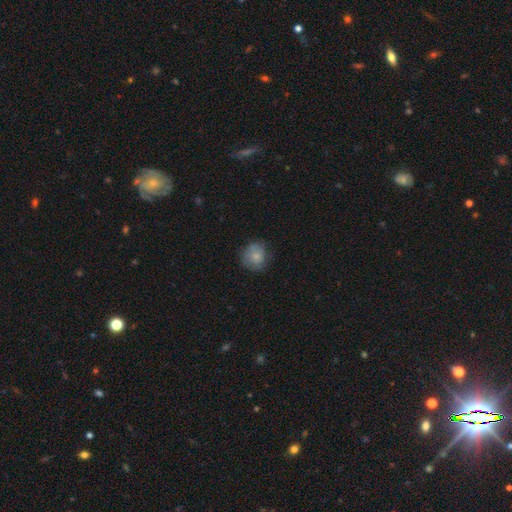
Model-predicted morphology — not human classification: The model was most divided on "merging": none: 66%, minor disturbance: 24%, major disturbance: 8%, merger: 2%. More confident: how rounded — round (83%); smooth or featured — smooth (76%).